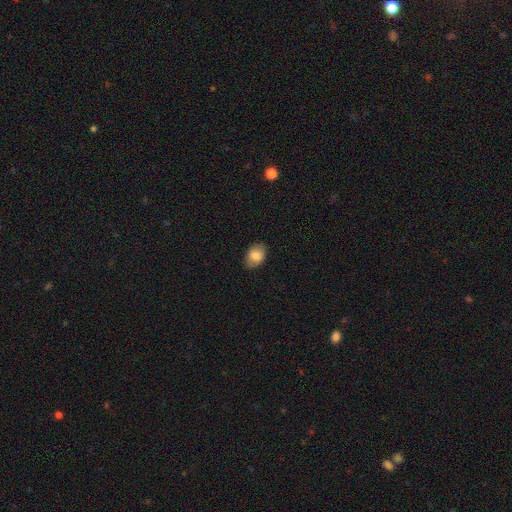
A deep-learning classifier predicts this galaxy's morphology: A smooth galaxy with no disk features (81%) that is in between round and cigar-shaped (83%). Merging: none (84%).